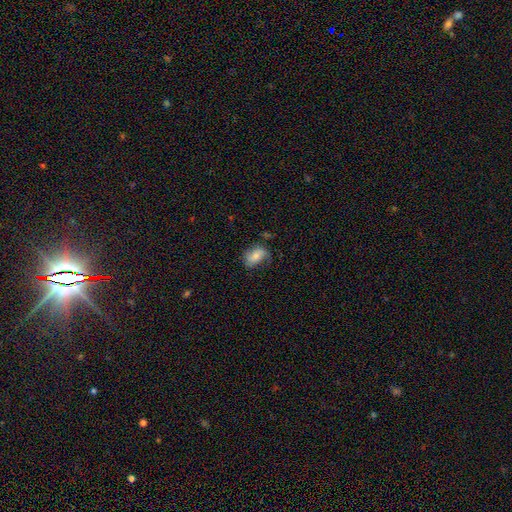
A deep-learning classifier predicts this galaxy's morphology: Smooth or featured? Predicted: smooth (p=0.63). How rounded? Predicted: in between (p=0.83). Merging? Predicted: none (p=0.55).